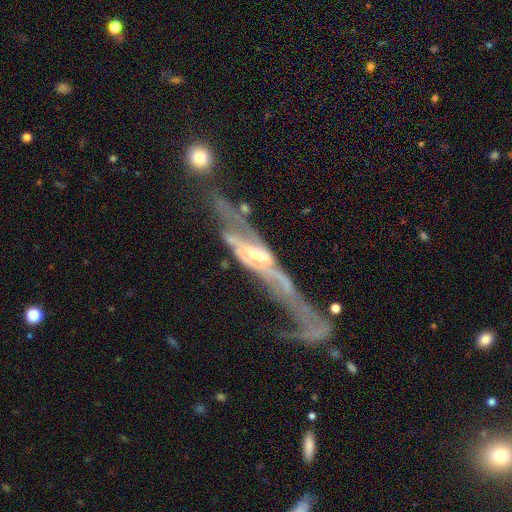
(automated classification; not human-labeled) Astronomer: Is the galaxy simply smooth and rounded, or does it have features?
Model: featured or disk — 83%.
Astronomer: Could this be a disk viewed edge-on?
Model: no — 70%.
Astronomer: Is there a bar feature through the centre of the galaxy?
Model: no — 36% (runner-up: weak, 35%).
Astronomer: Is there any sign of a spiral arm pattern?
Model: yes — 76%.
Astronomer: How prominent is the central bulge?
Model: small — 46% (runner-up: moderate, 45%).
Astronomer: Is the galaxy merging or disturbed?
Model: major disturbance — 41% (runner-up: none, 24%).